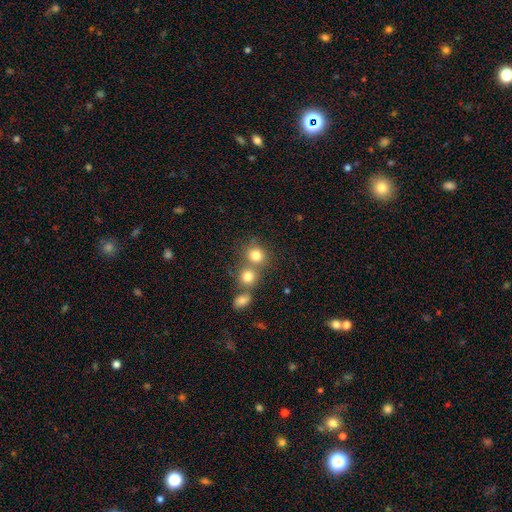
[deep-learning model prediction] smooth 80%, star or artifact 12%, featured or disk 8%. Down the decision tree: how rounded — round (81%); merging — none (52%).